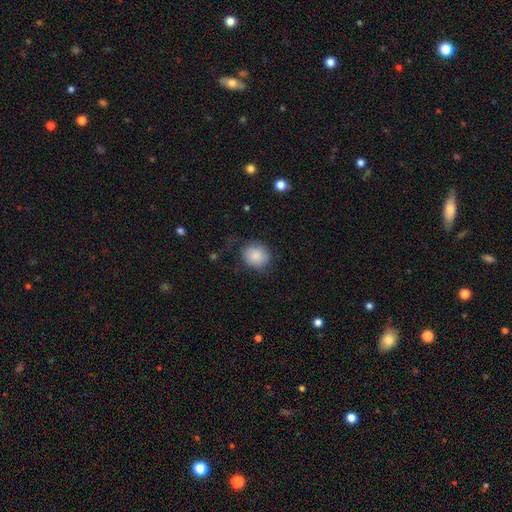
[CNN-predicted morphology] A smooth galaxy with no disk features (84%) that is round (74%).

Vote fractions:
- Smooth or featured? smooth: 84% / featured or disk: 9% / star or artifact: 7%
- How rounded? round: 74% / in between: 25% / cigar-shaped: 1%
- Merging? none: 68% / minor disturbance: 21% / major disturbance: 10% / merger: 1%